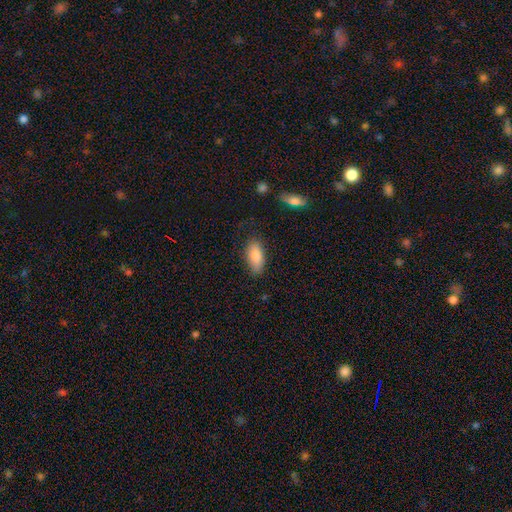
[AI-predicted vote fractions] smooth_or_featured: smooth (p=0.85) [alt: featured or disk p=0.08]
how_rounded: in between (p=0.86) [alt: cigar-shaped p=0.12]
merging: none (p=0.78) [alt: minor disturbance p=0.17]